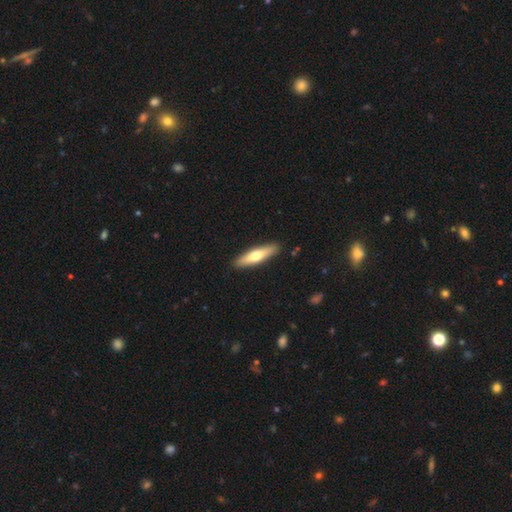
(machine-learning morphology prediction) Q: Smooth or featured?
A: smooth (60%); runner-up: featured or disk (35%)
Q: How rounded?
A: cigar-shaped (76%); runner-up: in between (23%)
Q: Merging?
A: none (89%); runner-up: minor disturbance (8%)